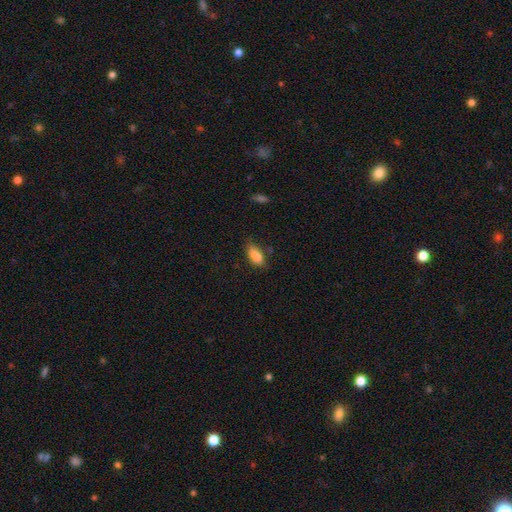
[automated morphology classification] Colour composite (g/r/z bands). It shows a smooth galaxy with no disk features (86%) that is in between round and cigar-shaped (87%). Merging: none (63%).